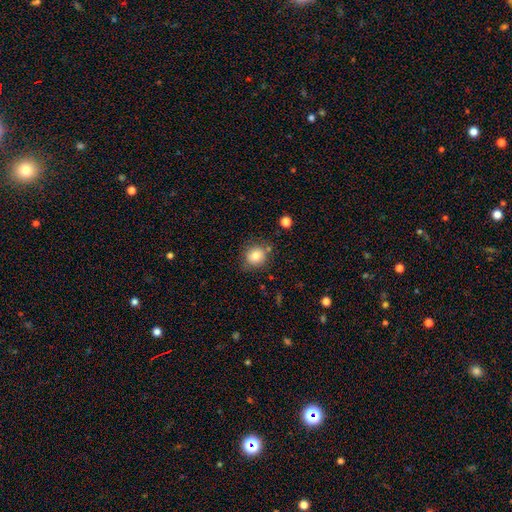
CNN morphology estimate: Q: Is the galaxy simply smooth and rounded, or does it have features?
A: smooth — 80%.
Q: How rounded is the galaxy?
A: round — 79%.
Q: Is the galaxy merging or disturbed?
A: none — 75%.